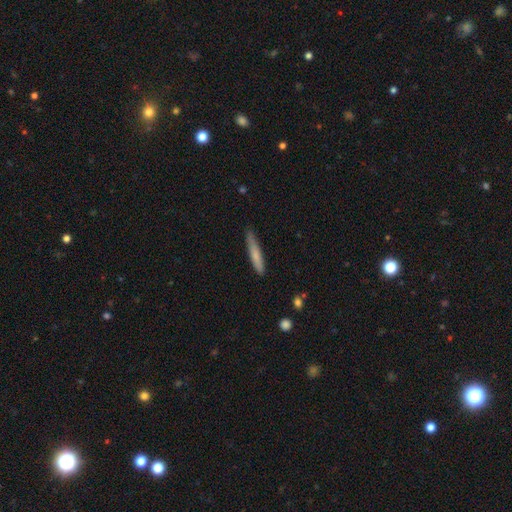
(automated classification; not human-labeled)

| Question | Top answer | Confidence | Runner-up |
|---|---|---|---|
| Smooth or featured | smooth | 72% | featured or disk (22%) |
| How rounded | cigar-shaped | 92% | in between (6%) |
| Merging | none | 78% | minor disturbance (18%) |